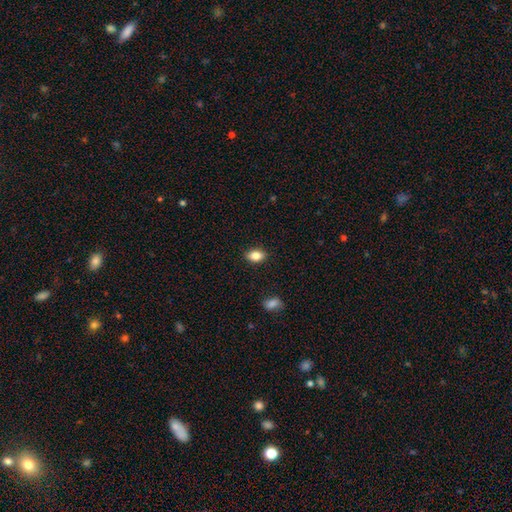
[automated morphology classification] smooth_or_featured: smooth (p=0.84) [alt: star or artifact p=0.08]
how_rounded: in between (p=0.85) [alt: round p=0.13]
merging: none (p=0.87) [alt: minor disturbance p=0.09]